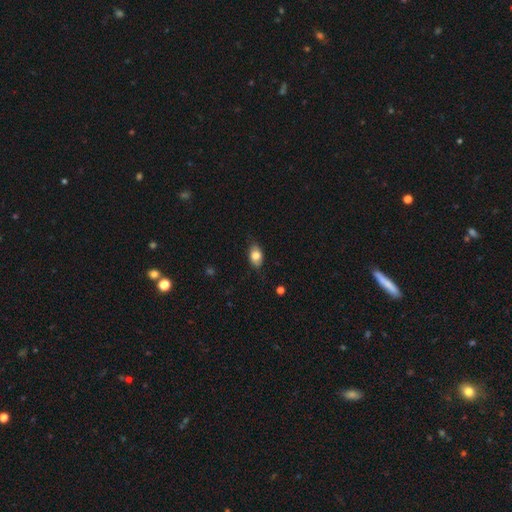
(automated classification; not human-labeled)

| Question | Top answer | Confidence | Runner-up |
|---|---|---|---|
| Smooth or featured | smooth | 79% | featured or disk (14%) |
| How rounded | in between | 87% | round (10%) |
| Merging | none | 77% | minor disturbance (19%) |